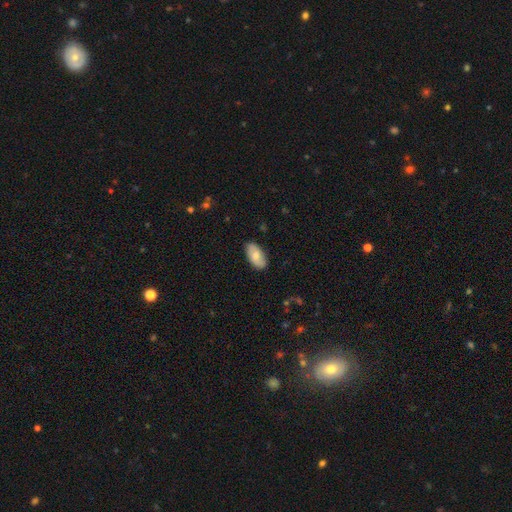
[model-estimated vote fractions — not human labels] Smooth or featured? smooth (74%)
How rounded? in between (95%)
Merging? none (84%)